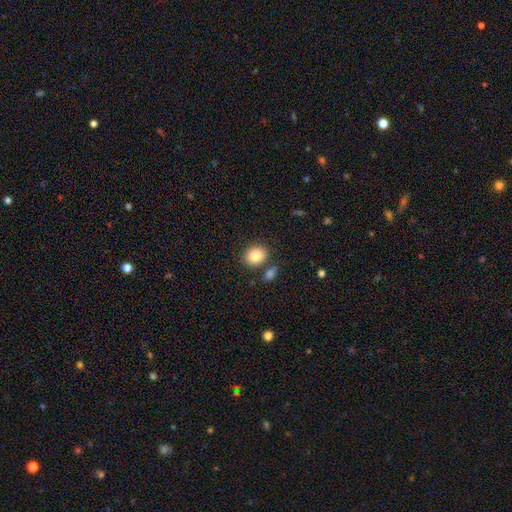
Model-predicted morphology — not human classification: Overall: smooth (83%). How rounded: round (61%; in between 38%). Merging: none (77%).